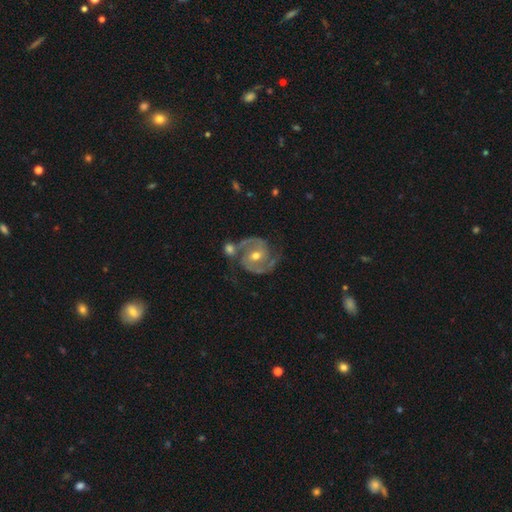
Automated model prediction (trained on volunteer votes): A featured or disk galaxy (91%) with no bar (45%), 2 (92%) medium (56%) spiral arms (98%) and a moderate central bulge (66%).

Vote fractions:
- Smooth or featured? featured or disk: 91% / star or artifact: 5% / smooth: 4%
- Edge-on disk? no: 98% / yes: 2%
- Bar? no: 45% / weak: 38% / strong: 17%
- Spiral arms? yes: 98% / no: 2%
- Spiral winding? medium: 56% / tight: 33% / loose: 11%
- Spiral arm count? 2: 92% / 3: 3% / can't tell: 2% / 1: 1% / 4: 1% / more than 4: 1%
- Bulge size? moderate: 66% / small: 30% / large: 2% / none: 1% / dominant: 1%
- Merging? none: 67% / minor disturbance: 14% / merger: 13% / major disturbance: 5%